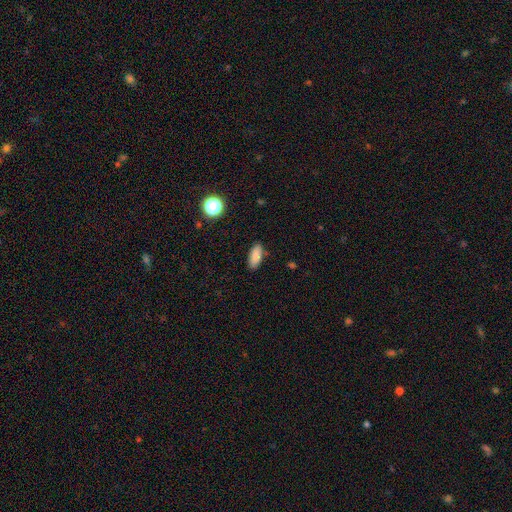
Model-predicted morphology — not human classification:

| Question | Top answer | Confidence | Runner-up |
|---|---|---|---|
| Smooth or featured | smooth | 86% | star or artifact (9%) |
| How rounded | in between | 83% | cigar-shaped (14%) |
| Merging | none | 84% | minor disturbance (12%) |